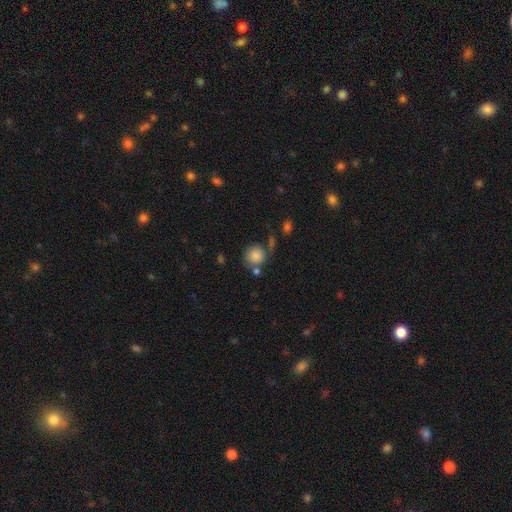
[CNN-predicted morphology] Overall: smooth (84%). How rounded: round (88%). Merging: none (63%).